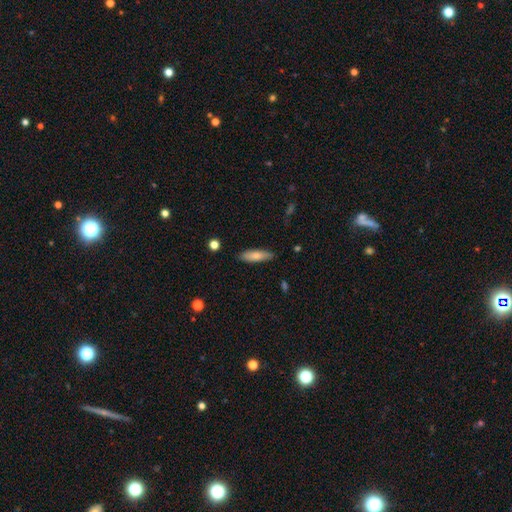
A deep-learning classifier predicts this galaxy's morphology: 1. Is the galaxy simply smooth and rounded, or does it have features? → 75% smooth, 19% featured or disk, 6% star or artifact.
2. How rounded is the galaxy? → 62% cigar-shaped, 36% in between, 2% round.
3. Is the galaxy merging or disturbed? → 87% none, 10% minor disturbance, 2% major disturbance, 1% merger.